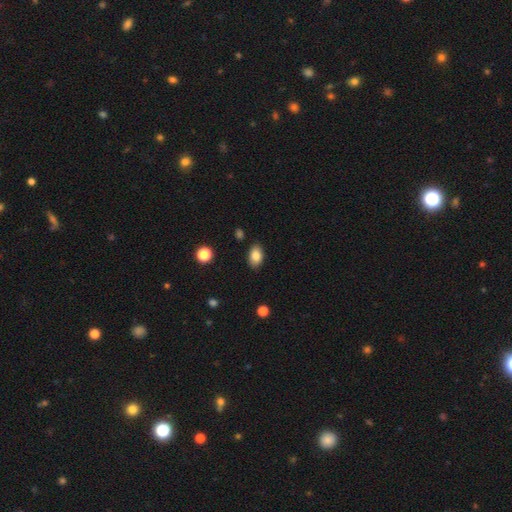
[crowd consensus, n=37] Overall: smooth (86%). How rounded: in between (81%). Merging: none (80%).